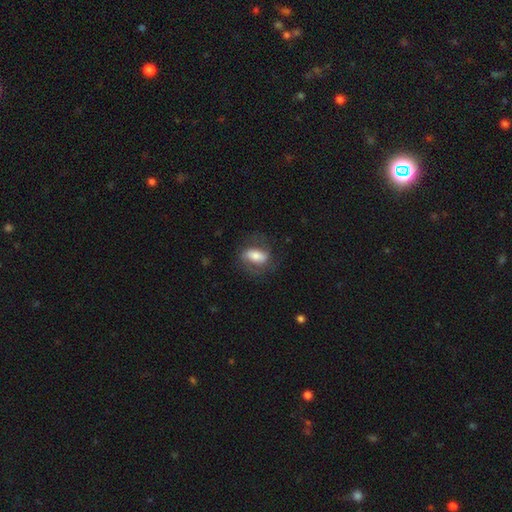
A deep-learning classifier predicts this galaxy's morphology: The model was most divided on "smooth or featured": smooth: 55%, featured or disk: 38%, star or artifact: 7%. More confident: how rounded — in between (82%); merging — none (66%).